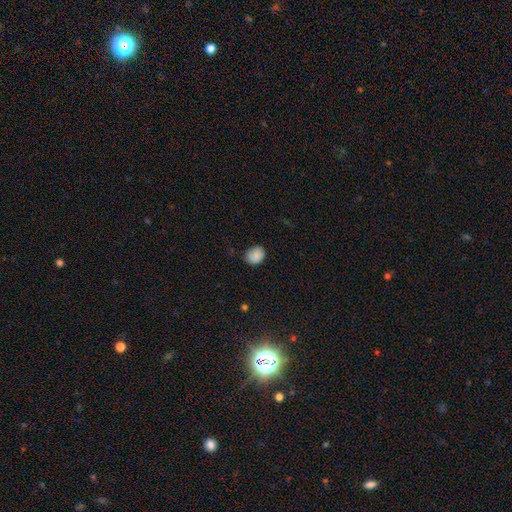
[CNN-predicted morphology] Smooth or featured? Predicted: smooth (p=0.88). How rounded? Predicted: in between (p=0.50). Merging? Predicted: none (p=0.79).